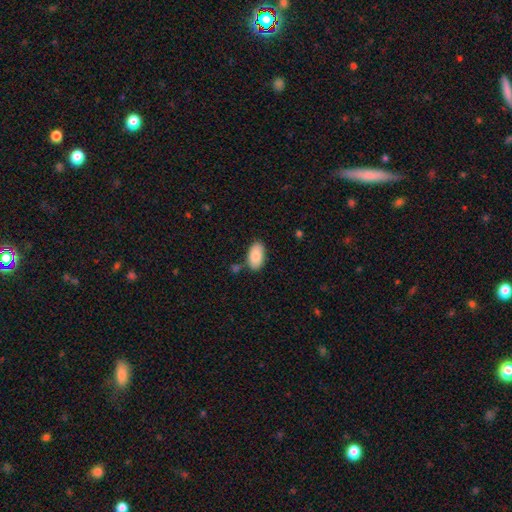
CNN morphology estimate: This is clearly a smooth galaxy (87%). How rounded: clearly in between (95%). Merging: likely none (78%).